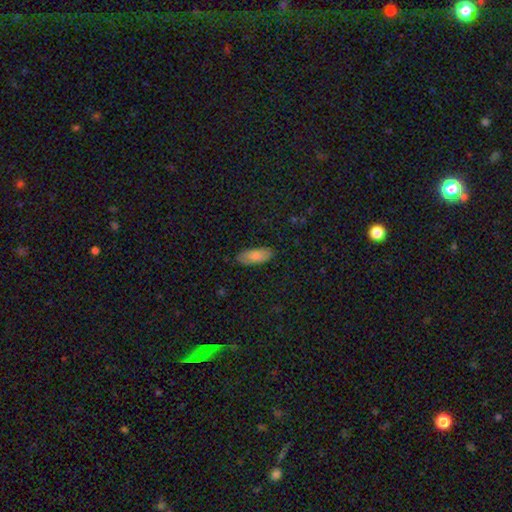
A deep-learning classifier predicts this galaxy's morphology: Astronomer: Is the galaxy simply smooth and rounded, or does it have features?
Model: smooth — 86%.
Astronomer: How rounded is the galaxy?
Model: in between — 81%.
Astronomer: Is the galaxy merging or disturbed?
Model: none — 85%.